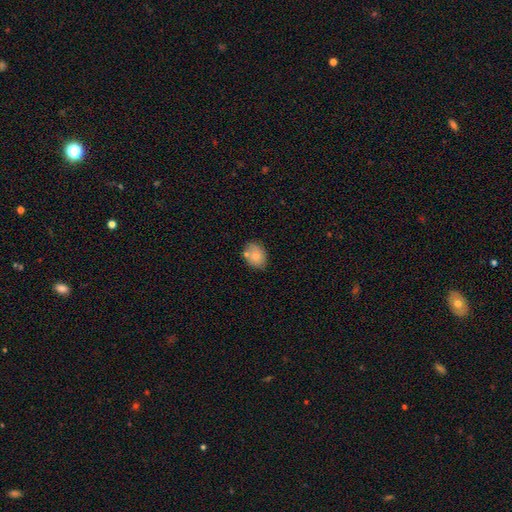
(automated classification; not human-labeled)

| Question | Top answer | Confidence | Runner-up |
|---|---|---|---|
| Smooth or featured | smooth | 78% | featured or disk (14%) |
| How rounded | in between | 58% | round (41%) |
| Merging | none | 68% | minor disturbance (17%) |